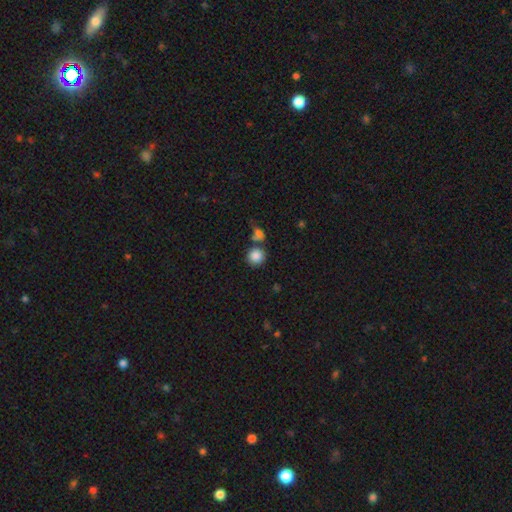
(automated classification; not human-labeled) smooth 86%, star or artifact 9%, featured or disk 5%. Down the decision tree: how rounded — round (90%); merging — none (66%).